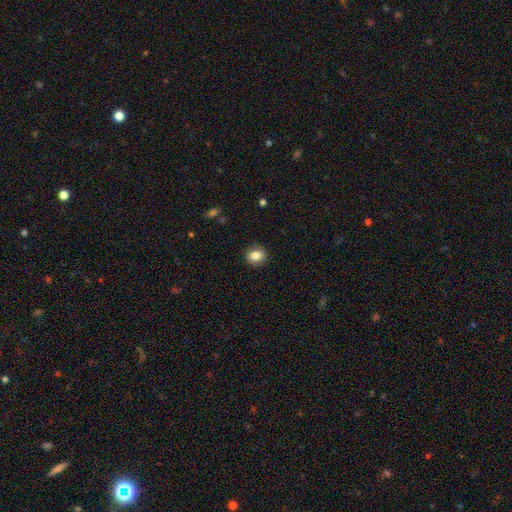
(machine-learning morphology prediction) smooth-or-featured: smooth: 82% | featured or disk: 9% | star or artifact: 9%
  how-rounded: round: 65% | in between: 34% | cigar-shaped: 1%
  merging: none: 87% | minor disturbance: 9% | major disturbance: 2% | merger: 1%